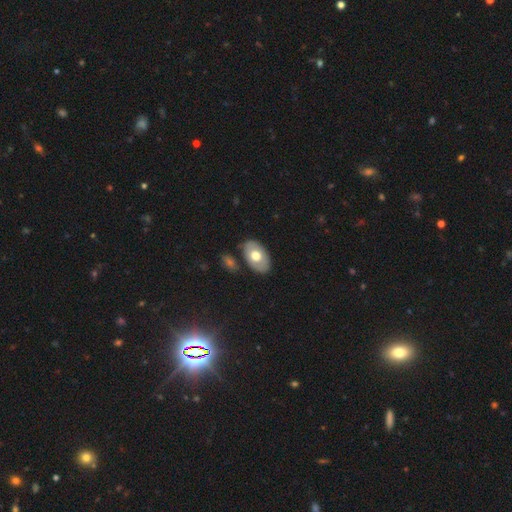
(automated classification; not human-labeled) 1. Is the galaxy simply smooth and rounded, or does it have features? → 61% smooth, 34% featured or disk, 6% star or artifact.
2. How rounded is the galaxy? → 91% in between, 8% round, 1% cigar-shaped.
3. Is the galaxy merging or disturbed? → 80% none, 12% minor disturbance, 6% merger, 3% major disturbance.